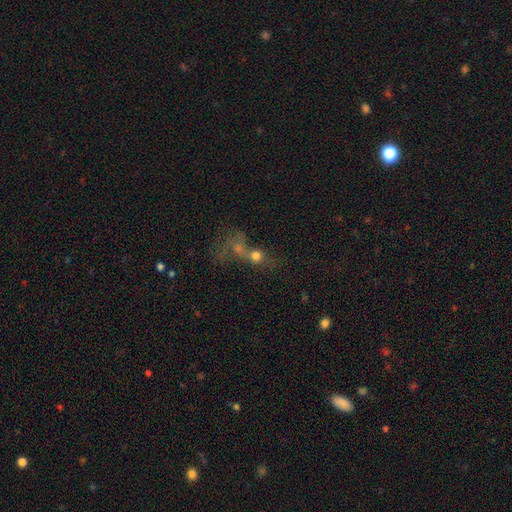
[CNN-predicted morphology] The model was most divided on "smooth or featured": smooth: 61%, featured or disk: 23%, star or artifact: 16%. More confident: merging — merger (68%); how rounded — round (68%).